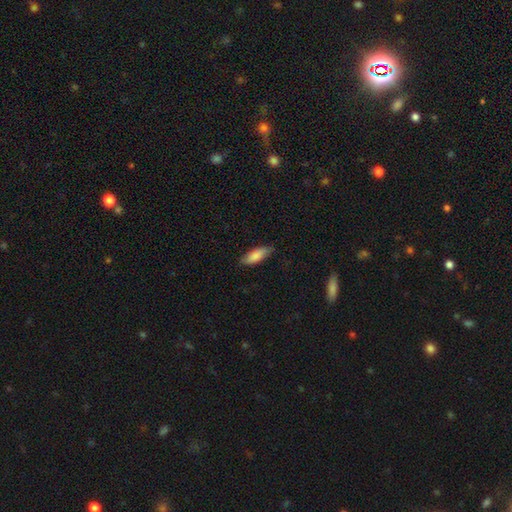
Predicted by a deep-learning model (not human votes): The model was most divided on "how rounded": in between: 67%, cigar-shaped: 31%, round: 2%. More confident: smooth or featured — smooth (83%); merging — none (79%).